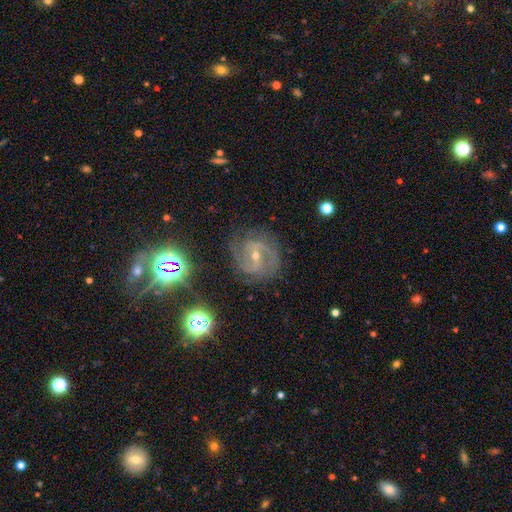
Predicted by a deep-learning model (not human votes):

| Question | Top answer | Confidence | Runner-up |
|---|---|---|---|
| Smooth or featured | featured or disk | 83% | star or artifact (11%) |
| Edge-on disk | no | 97% | yes (3%) |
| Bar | weak | 44% | strong (35%) |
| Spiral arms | yes | 96% | no (4%) |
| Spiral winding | medium | 52% | tight (35%) |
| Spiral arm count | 2 | 65% | 3 (14%) |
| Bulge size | small | 58% | moderate (39%) |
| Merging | none | 76% | minor disturbance (15%) |